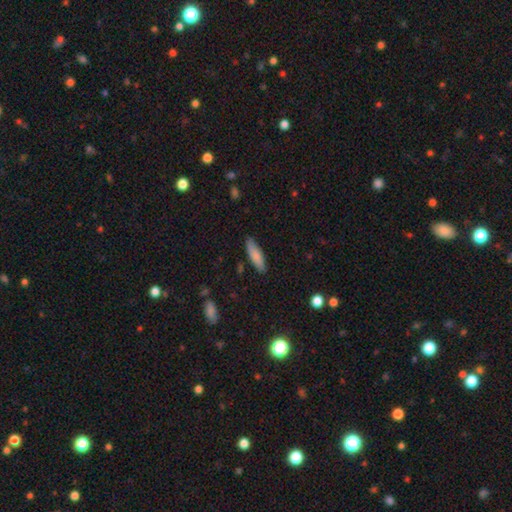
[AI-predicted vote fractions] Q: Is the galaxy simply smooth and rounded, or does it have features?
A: smooth — 80%.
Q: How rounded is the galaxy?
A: cigar-shaped — 56%.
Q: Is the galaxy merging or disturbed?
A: none — 82%.